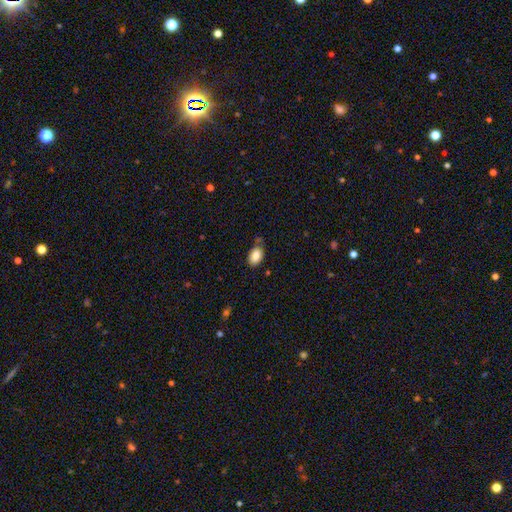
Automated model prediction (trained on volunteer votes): Smooth or featured? smooth (87%)
How rounded? in between (88%)
Merging? none (72%)